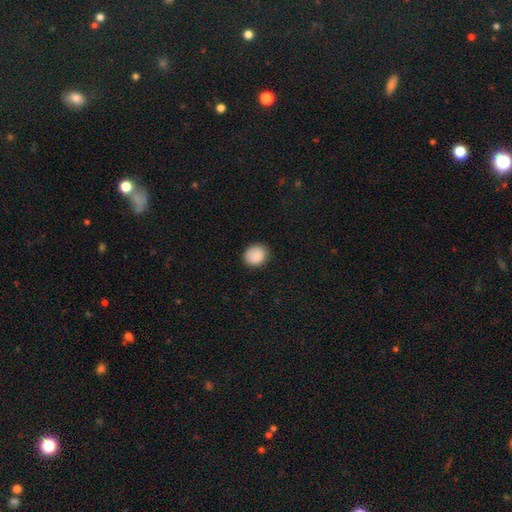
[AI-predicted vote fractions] The model was most divided on "how rounded": round: 71%, in between: 28%, cigar-shaped: 1%. More confident: smooth or featured — smooth (88%); merging — none (83%).